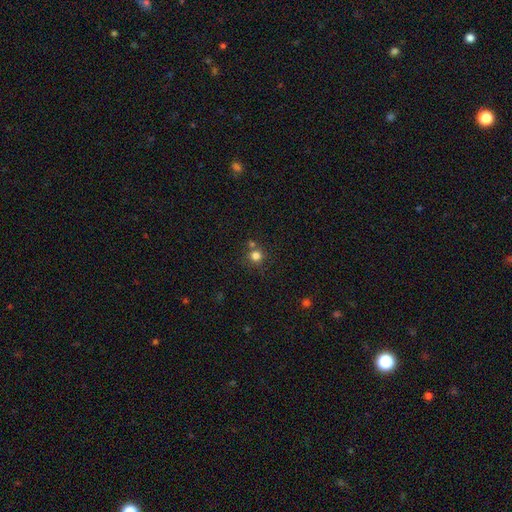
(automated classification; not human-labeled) The model was most divided on "merging": none: 70%, merger: 18%, minor disturbance: 9%, major disturbance: 3%. More confident: how rounded — round (93%); smooth or featured — smooth (79%).